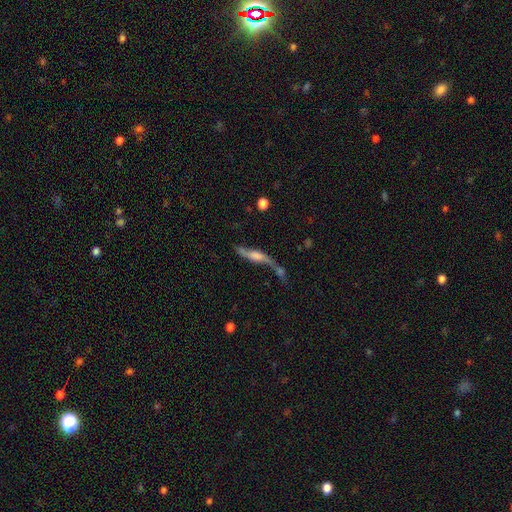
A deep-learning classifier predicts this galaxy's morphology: A featured or disk galaxy (71%) with not edge-on (50%, tied with yes).

Vote fractions:
- Smooth or featured? featured or disk: 71% / smooth: 20% / star or artifact: 10%
- Edge-on disk? no: 50% (tied) / yes: 50% (tied)
- Merging? merger: 37% / none: 33% / major disturbance: 16% / minor disturbance: 15%